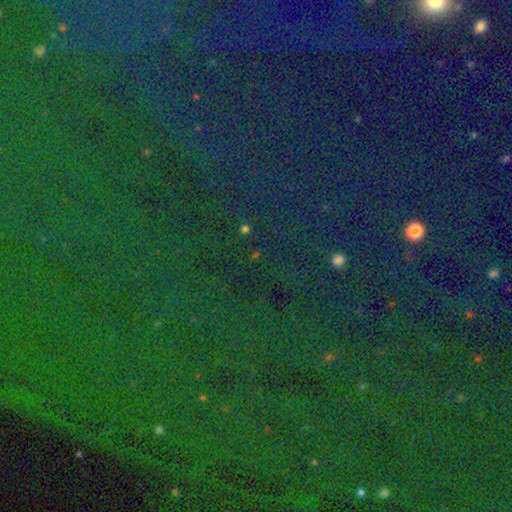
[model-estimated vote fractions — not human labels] Morphology: type=star or artifact (81%).